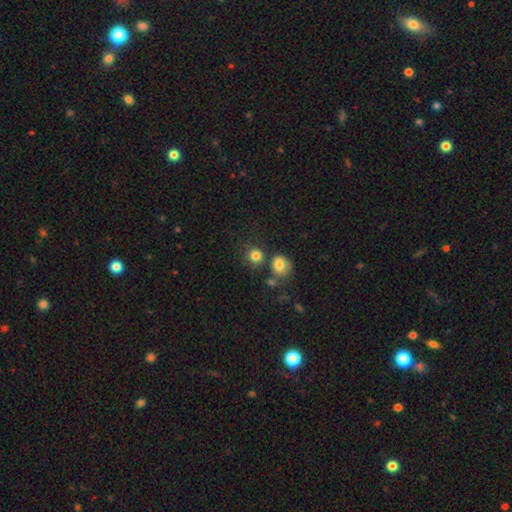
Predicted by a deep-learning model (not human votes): Smooth or featured? smooth (82%)
How rounded? round (86%)
Merging? none (65%)